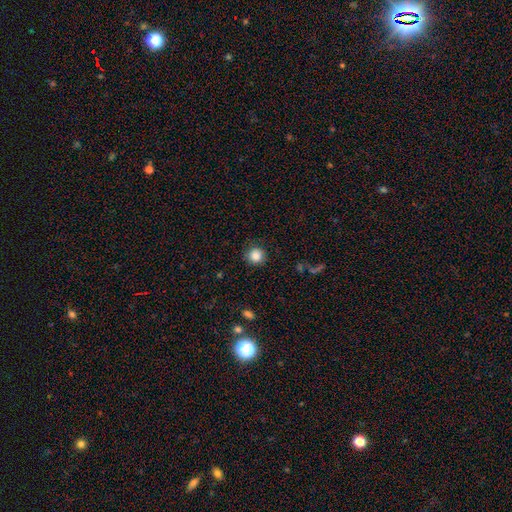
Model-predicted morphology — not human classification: smooth 86%, star or artifact 10%, featured or disk 4%. Down the decision tree: how rounded — round (94%); merging — none (88%).